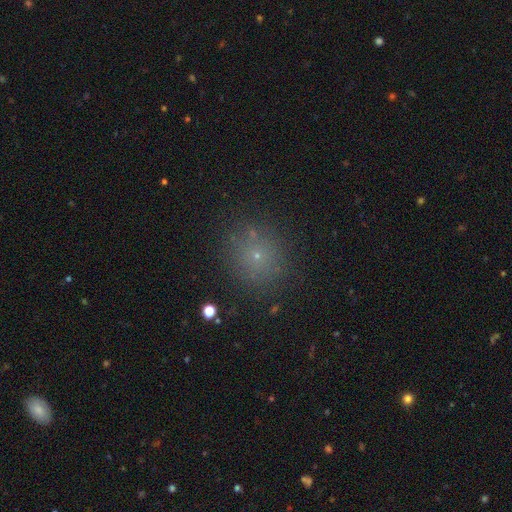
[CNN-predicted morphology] Smooth or featured? smooth (63%)
How rounded? round (87%)
Merging? none (86%)